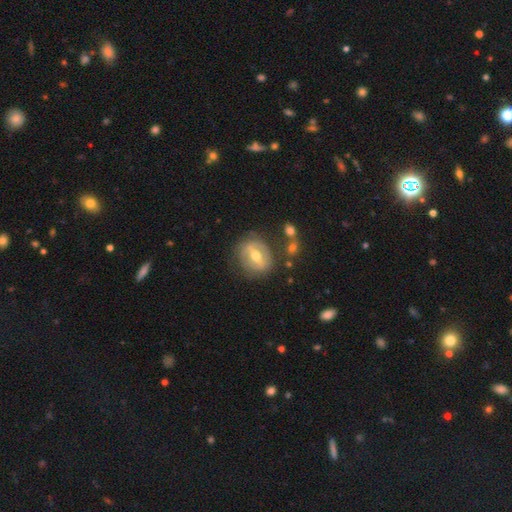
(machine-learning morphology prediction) This appears to be a featured or disk galaxy (65%) with a strong bar (54%), no spiral arms (64%) and a moderate central bulge (76%). Merging: none (73%).